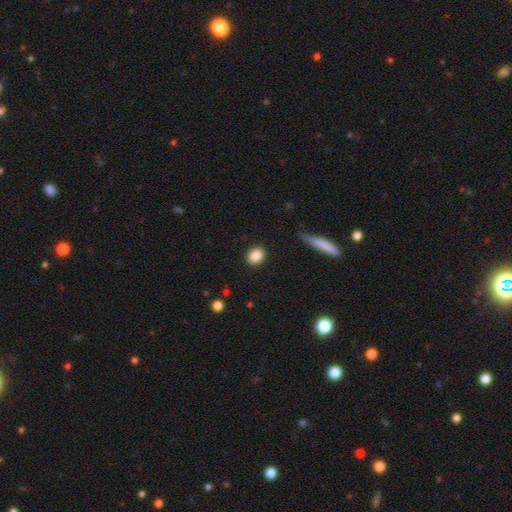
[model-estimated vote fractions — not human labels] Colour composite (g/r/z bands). It shows a smooth galaxy with no disk features (87%) that is round (56%). Merging: none (90%).